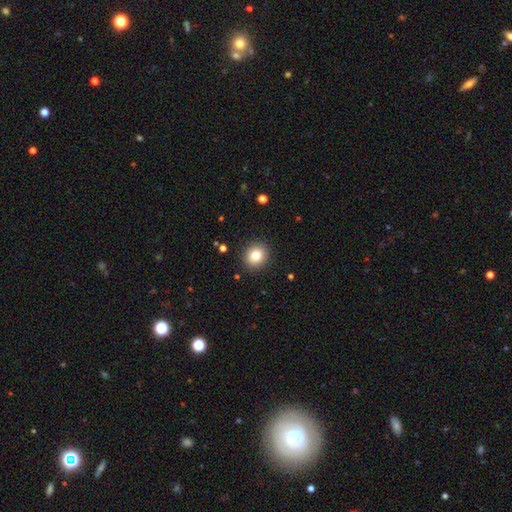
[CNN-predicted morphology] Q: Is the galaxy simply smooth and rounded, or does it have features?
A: smooth — 81%.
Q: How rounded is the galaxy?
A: round — 81%.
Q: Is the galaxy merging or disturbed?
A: none — 91%.